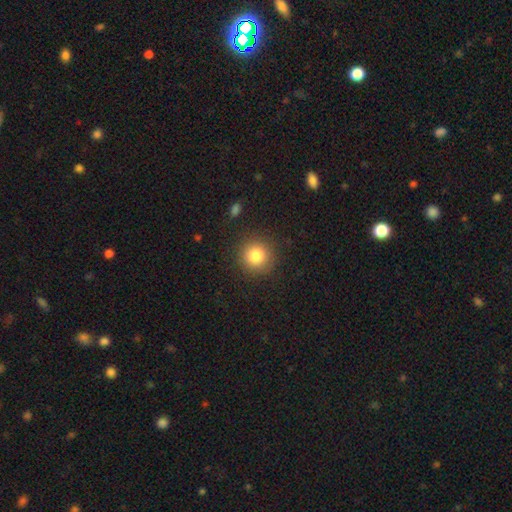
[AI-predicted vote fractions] Morphology: type=smooth (83%); roundness=round (93%); merging=none (88%).